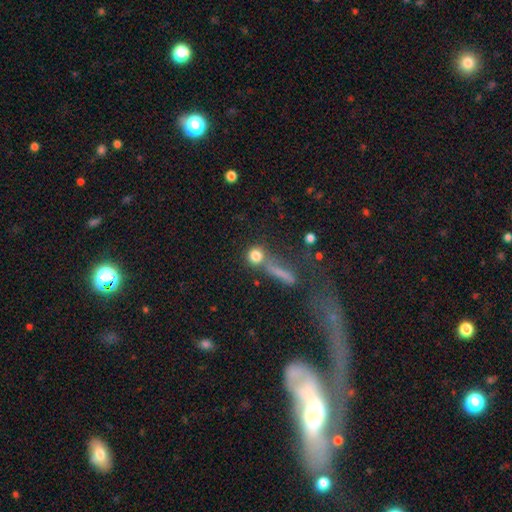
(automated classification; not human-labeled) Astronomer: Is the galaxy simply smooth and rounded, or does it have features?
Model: smooth — 79%.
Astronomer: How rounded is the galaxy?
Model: round — 84%.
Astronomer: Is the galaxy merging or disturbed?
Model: none — 59%.